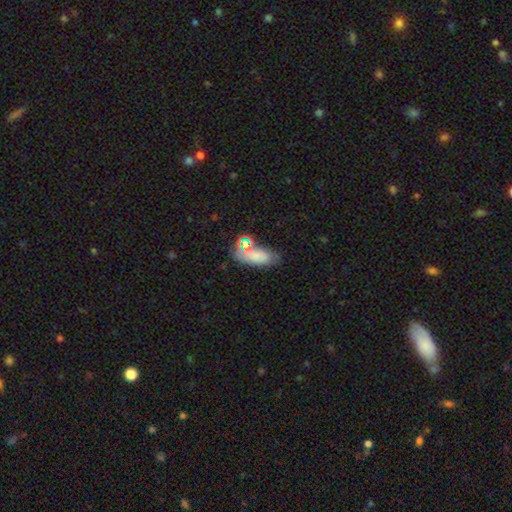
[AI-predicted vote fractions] The model was most divided on "merging": none: 50%, minor disturbance: 21%, merger: 19%, major disturbance: 10%. More confident: how rounded — in between (80%); smooth or featured — smooth (70%).